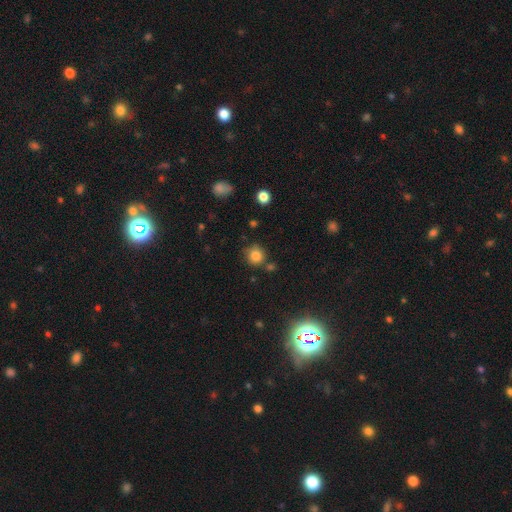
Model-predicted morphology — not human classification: Smooth or featured?
  - smooth: 82% *
  - star or artifact: 12%
  - featured or disk: 6%
How rounded?
  - round: 90% *
  - in between: 9%
  - cigar-shaped: 1%
Merging?
  - none: 75% *
  - minor disturbance: 13%
  - merger: 8%
  - major disturbance: 3%